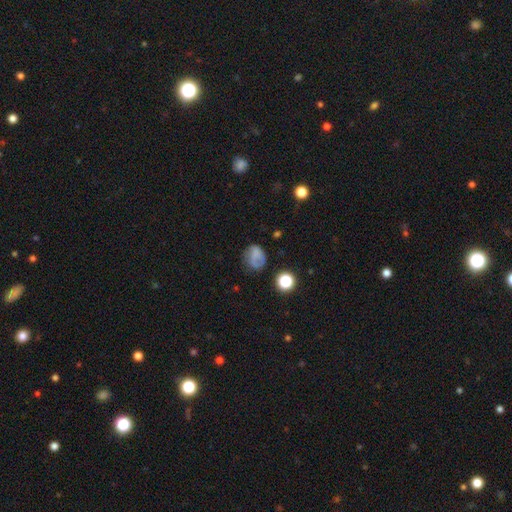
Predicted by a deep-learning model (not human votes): A smooth galaxy with no disk features (62%) that is round (60%).

Vote fractions:
- Smooth or featured? smooth: 62% / featured or disk: 23% / star or artifact: 15%
- How rounded? round: 60% / in between: 38% / cigar-shaped: 1%
- Merging? none: 56% / minor disturbance: 25% / major disturbance: 16% / merger: 3%